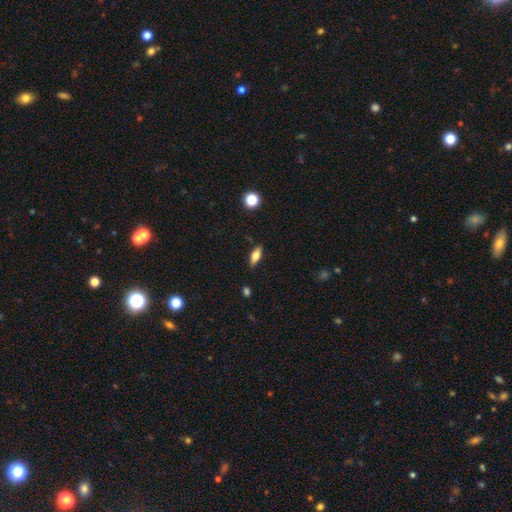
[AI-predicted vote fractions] smooth 67%, featured or disk 25%, star or artifact 8%. Down the decision tree: how rounded — in between (75%); merging — none (87%).